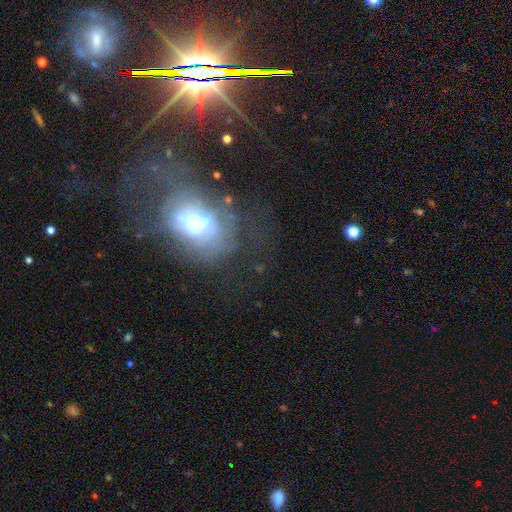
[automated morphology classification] Q: Smooth or featured?
A: featured or disk (41%); runner-up: star or artifact (36%)
Q: Merging?
A: none (59%); runner-up: major disturbance (20%)